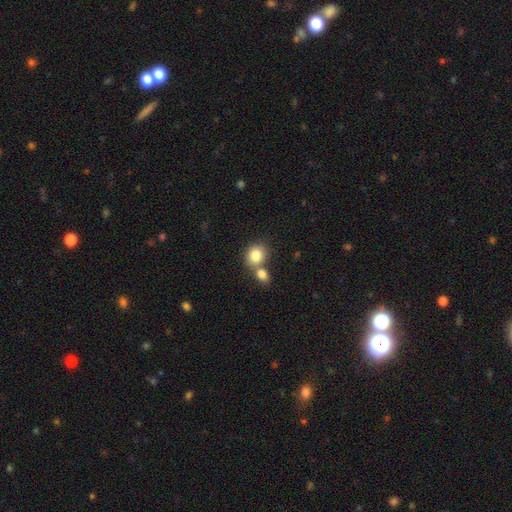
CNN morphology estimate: The model was most divided on "merging" (2-way tie): merger: 44%, none: 44%, minor disturbance: 9%, major disturbance: 3%. More confident: smooth or featured — smooth (84%); how rounded — round (67%).